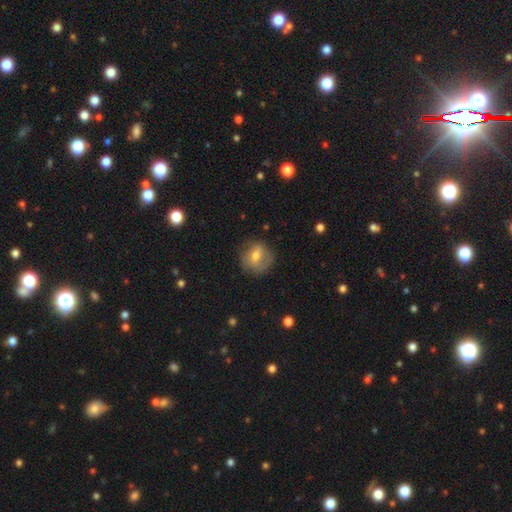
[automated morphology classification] Smooth or featured: smooth — 57% (featured or disk — 35%)
How rounded: round — 78% (in between — 21%)
Merging: none — 69% (minor disturbance — 21%)